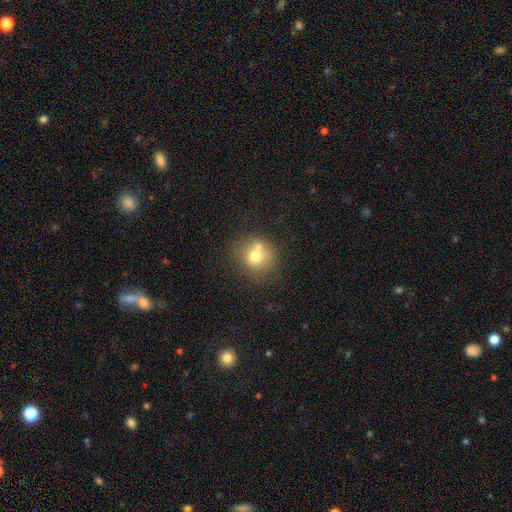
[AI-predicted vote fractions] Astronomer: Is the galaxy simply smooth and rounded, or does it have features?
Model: smooth — 69%.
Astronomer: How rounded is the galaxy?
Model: round — 85%.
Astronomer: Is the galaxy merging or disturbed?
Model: none — 53% (runner-up: merger, 31%).